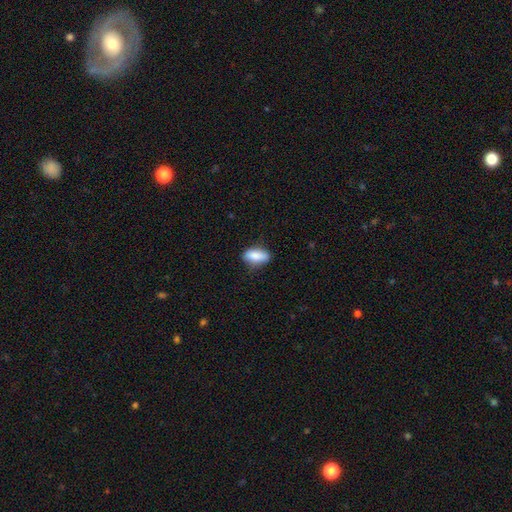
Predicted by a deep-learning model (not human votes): This appears to be a smooth galaxy with no disk features (85%) that is in between round and cigar-shaped (84%). Merging: none (79%).